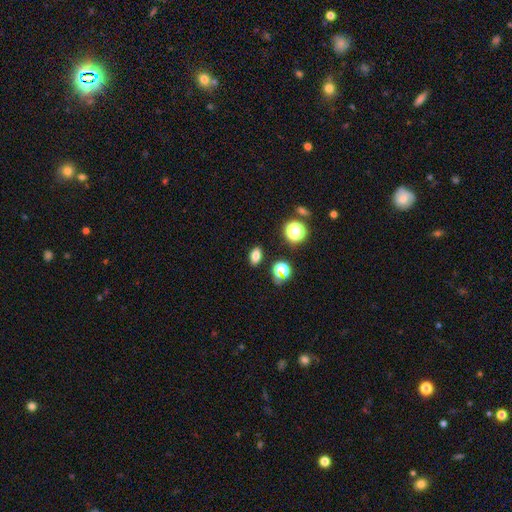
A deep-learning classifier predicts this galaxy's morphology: This appears to be a smooth galaxy with no disk features (75%) that is in between round and cigar-shaped (81%). Merging: none (87%).